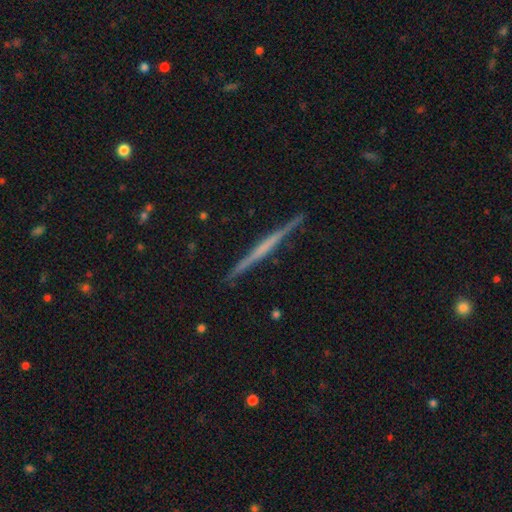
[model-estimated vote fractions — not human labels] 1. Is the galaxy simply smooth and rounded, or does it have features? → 68% featured or disk, 26% smooth, 6% star or artifact.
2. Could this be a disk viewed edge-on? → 98% yes, 2% no.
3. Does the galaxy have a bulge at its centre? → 74% none, 14% rounded, 12% boxy.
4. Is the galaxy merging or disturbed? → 89% none, 8% minor disturbance, 2% major disturbance, 1% merger.